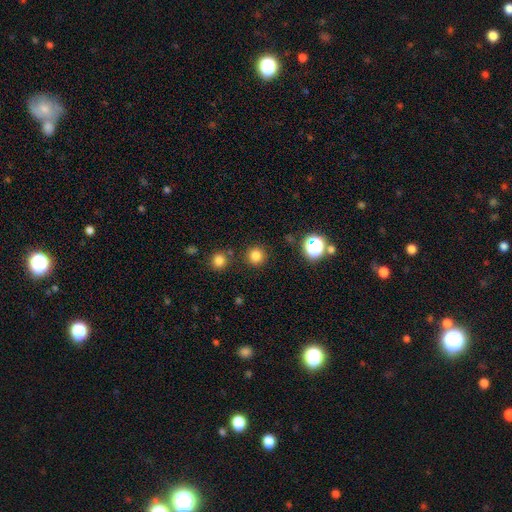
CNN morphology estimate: smooth-or-featured: smooth: 80% | star or artifact: 16% | featured or disk: 4%
  how-rounded: round: 94% | in between: 5% | cigar-shaped: 1%
  merging: none: 87% | minor disturbance: 6% | merger: 4% | major disturbance: 3%